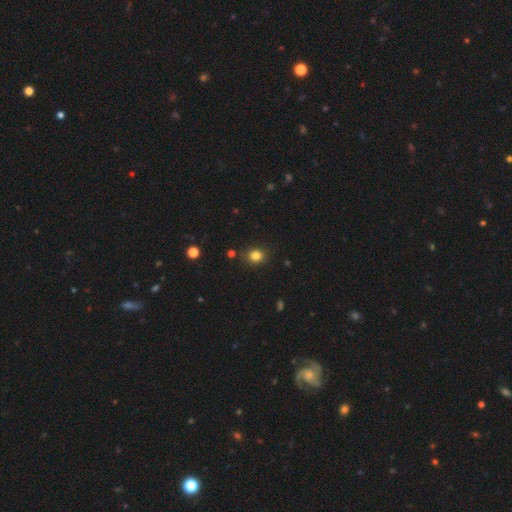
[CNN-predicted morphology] This appears to be a smooth galaxy with no disk features (82%) that is round (69%). Merging: none (84%).